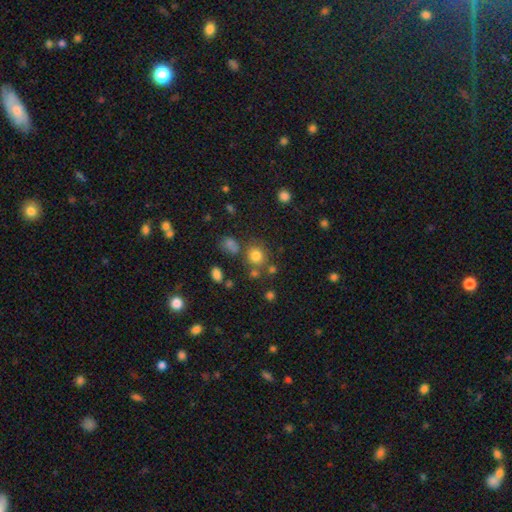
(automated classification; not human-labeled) smooth-or-featured: smooth: 77% | star or artifact: 15% | featured or disk: 7%
  how-rounded: round: 83% | in between: 16% | cigar-shaped: 1%
  merging: none: 72% | minor disturbance: 12% | merger: 12% | major disturbance: 5%